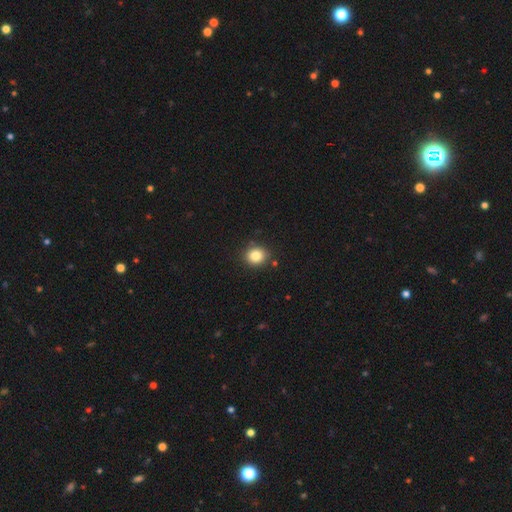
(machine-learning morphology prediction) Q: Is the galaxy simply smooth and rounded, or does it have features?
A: smooth — 83%.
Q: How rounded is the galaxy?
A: round — 80%.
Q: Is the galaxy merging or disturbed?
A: none — 87%.